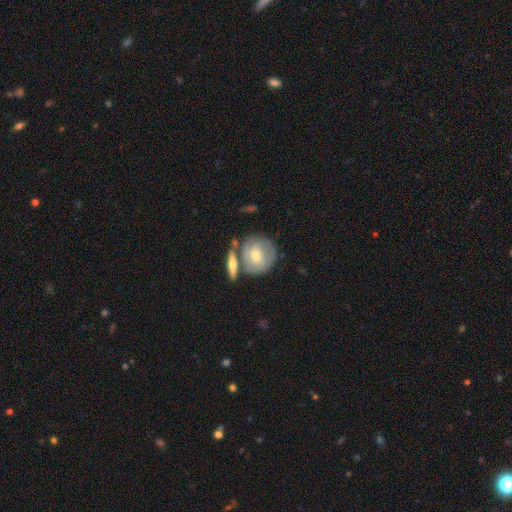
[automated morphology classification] This is possibly a featured or disk galaxy (55%). It is clearly not viewed edge-on (88%). Merging: possibly none (60%).